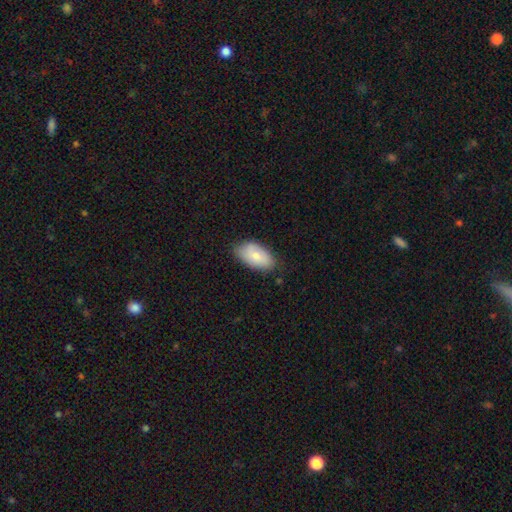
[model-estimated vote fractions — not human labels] Smooth or featured?
  - smooth: 75% *
  - featured or disk: 19%
  - star or artifact: 6%
How rounded?
  - in between: 94% *
  - round: 3%
  - cigar-shaped: 2%
Merging?
  - none: 74% *
  - minor disturbance: 21%
  - major disturbance: 3%
  - merger: 1%